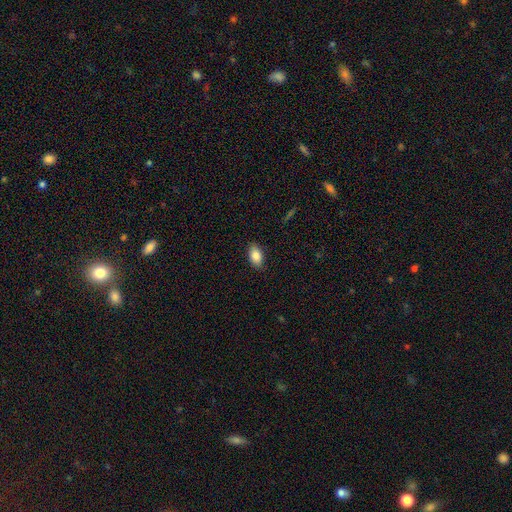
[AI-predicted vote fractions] smooth_or_featured: smooth (p=0.85) [alt: featured or disk p=0.08]
how_rounded: in between (p=0.92) [alt: round p=0.06]
merging: none (p=0.87) [alt: minor disturbance p=0.10]